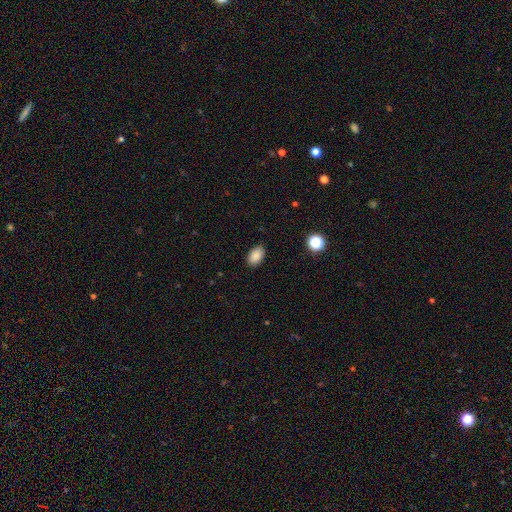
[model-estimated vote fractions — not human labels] A smooth galaxy with no disk features (88%) that is in between round and cigar-shaped (90%). Merging: none (87%).